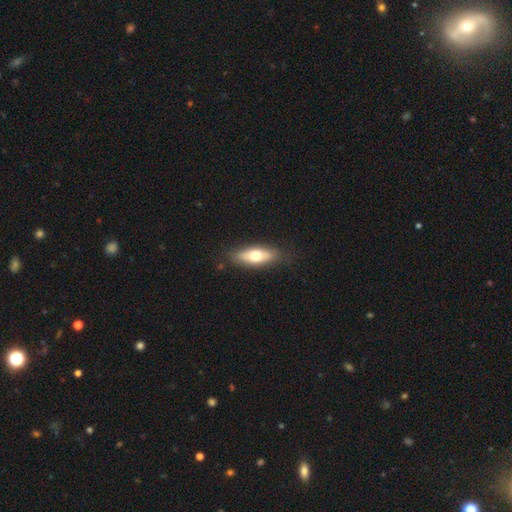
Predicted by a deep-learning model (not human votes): This appears to be a smooth galaxy with no disk features (61%) that is in between round and cigar-shaped (69%). Merging: none (83%).